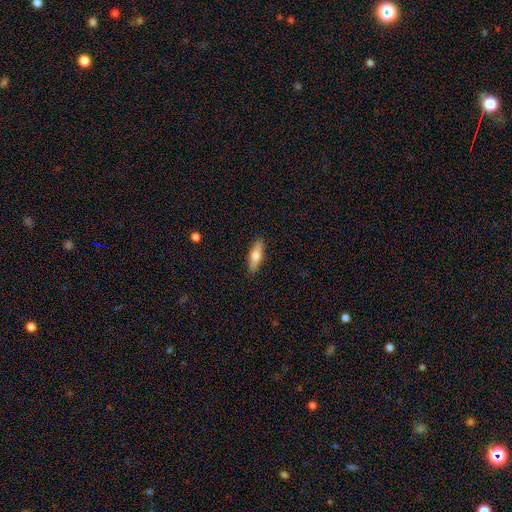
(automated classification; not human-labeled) Smooth or featured?
  - smooth: 61% *
  - featured or disk: 33%
  - star or artifact: 6%
How rounded?
  - cigar-shaped: 58% *
  - in between: 40%
  - round: 2%
Merging?
  - none: 90% *
  - minor disturbance: 8%
  - major disturbance: 2%
  - merger: 1%